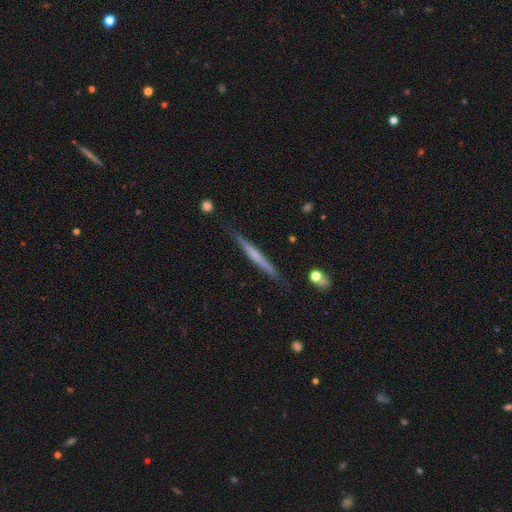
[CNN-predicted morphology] Q: Smooth or featured?
A: featured or disk (51%); runner-up: smooth (43%)
Q: Edge-on disk?
A: yes (97%); runner-up: no (3%)
Q: Merging?
A: none (86%); runner-up: minor disturbance (11%)